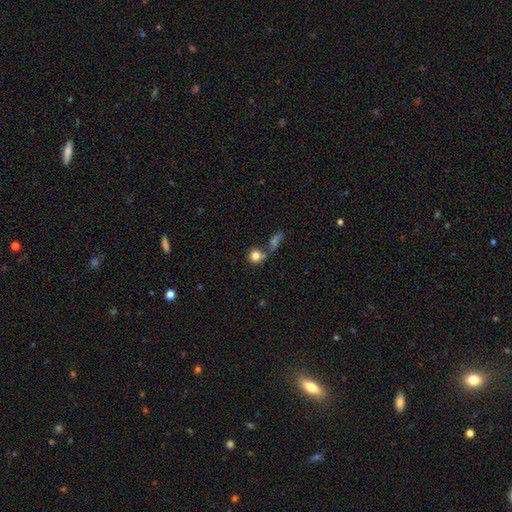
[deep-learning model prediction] A smooth galaxy with no disk features (80%) that is round (88%).

Vote fractions:
- Smooth or featured? smooth: 80% / star or artifact: 11% / featured or disk: 9%
- How rounded? round: 88% / in between: 11% / cigar-shaped: 1%
- Merging? none: 52% / merger: 31% / minor disturbance: 10% / major disturbance: 7%